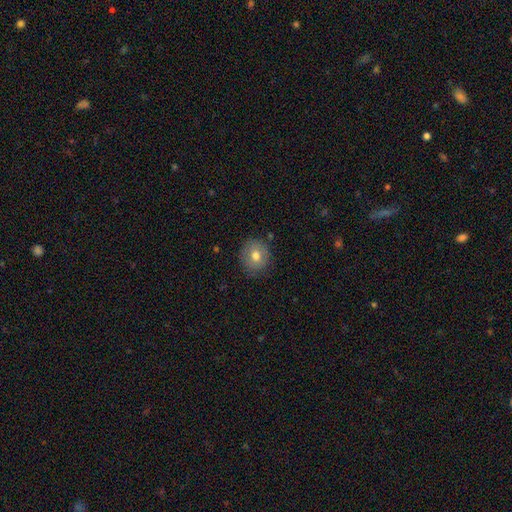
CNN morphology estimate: A smooth galaxy with no disk features (72%) that is round (85%).

Vote fractions:
- Smooth or featured? smooth: 72% / featured or disk: 19% / star or artifact: 9%
- How rounded? round: 85% / in between: 14% / cigar-shaped: 1%
- Merging? none: 84% / minor disturbance: 12% / major disturbance: 3% / merger: 1%